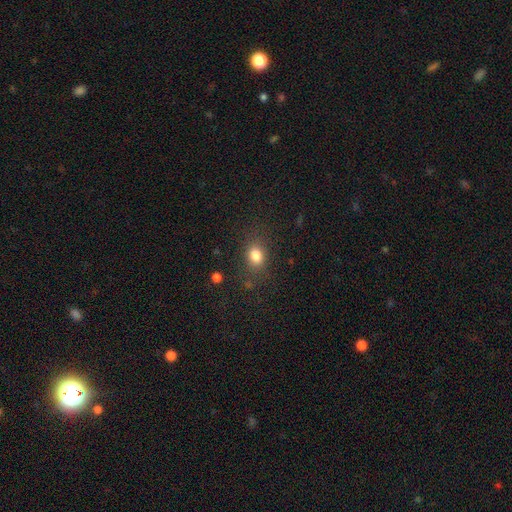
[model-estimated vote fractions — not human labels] Morphology: type=smooth (82%); roundness=in between (54%); merging=none (77%).